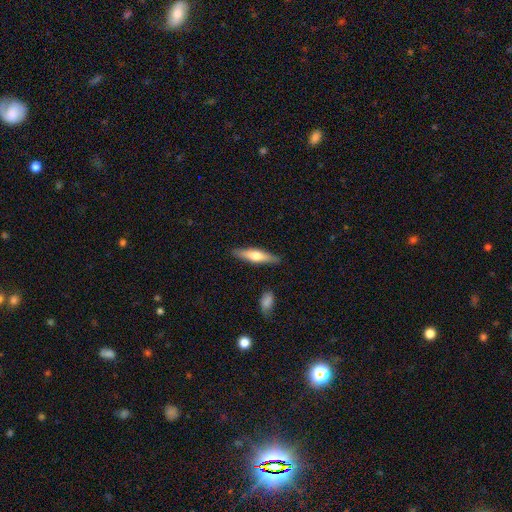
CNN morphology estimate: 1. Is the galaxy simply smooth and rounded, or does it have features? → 50% smooth, 44% featured or disk, 6% star or artifact.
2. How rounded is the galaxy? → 75% cigar-shaped, 23% in between, 2% round.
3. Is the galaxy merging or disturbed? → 86% none, 9% minor disturbance, 2% merger, 2% major disturbance.